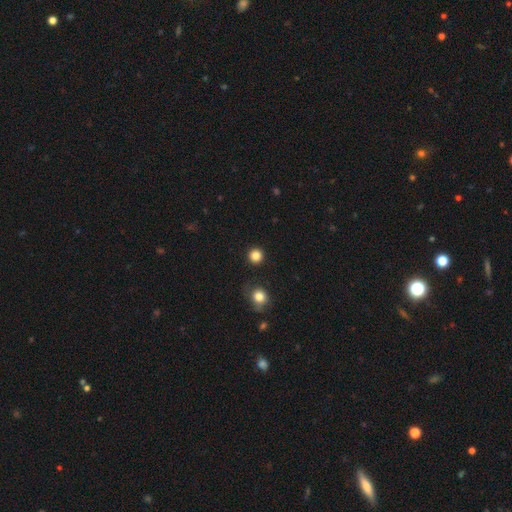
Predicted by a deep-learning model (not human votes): A smooth galaxy with no disk features (85%) that is round (95%).

Vote fractions:
- Smooth or featured? smooth: 85% / star or artifact: 12% / featured or disk: 4%
- How rounded? round: 95% / in between: 4% / cigar-shaped: 1%
- Merging? none: 91% / minor disturbance: 5% / major disturbance: 2% / merger: 2%